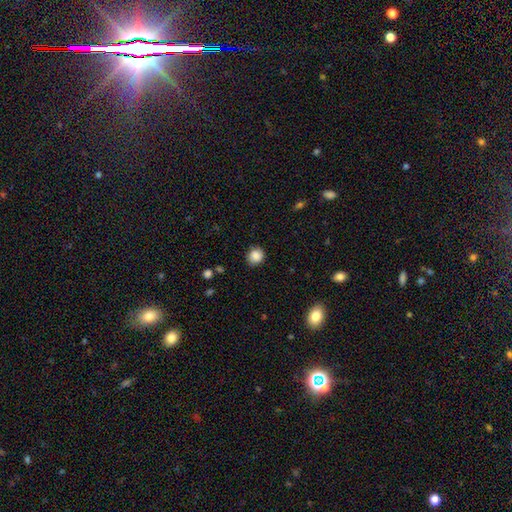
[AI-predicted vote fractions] A smooth galaxy with no disk features (87%) that is round (84%).

Vote fractions:
- Smooth or featured? smooth: 87% / star or artifact: 9% / featured or disk: 3%
- How rounded? round: 84% / in between: 15% / cigar-shaped: 1%
- Merging? none: 86% / minor disturbance: 10% / major disturbance: 2% / merger: 1%